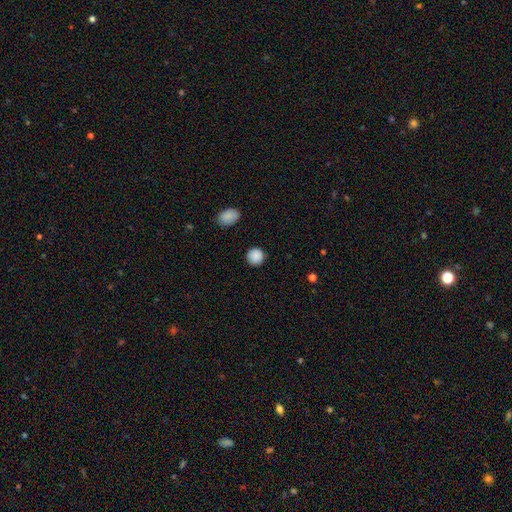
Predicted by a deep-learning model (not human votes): This is clearly a smooth galaxy (88%). How rounded: clearly round (93%). Merging: clearly none (90%).